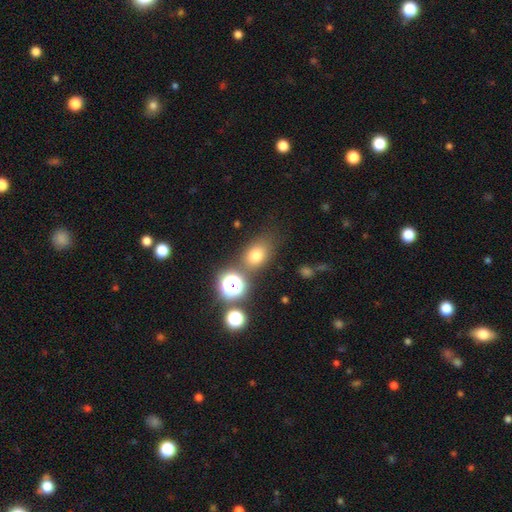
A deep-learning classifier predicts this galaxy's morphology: This appears to be a smooth galaxy with no disk features (73%) that is in between round and cigar-shaped (57%). Merging: none (71%).